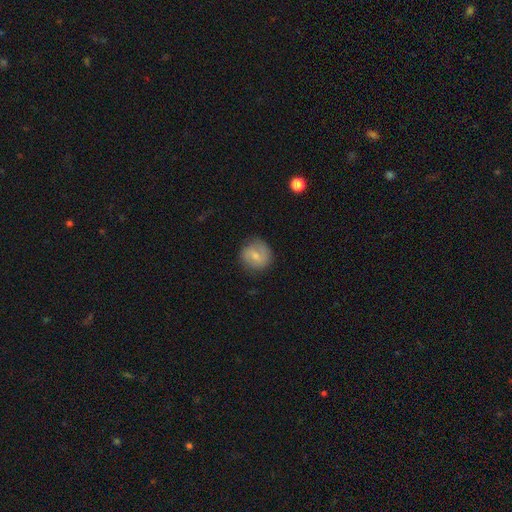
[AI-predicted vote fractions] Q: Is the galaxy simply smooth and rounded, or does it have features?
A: smooth — 59%.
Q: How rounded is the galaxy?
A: round — 87%.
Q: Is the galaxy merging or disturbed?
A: none — 77%.